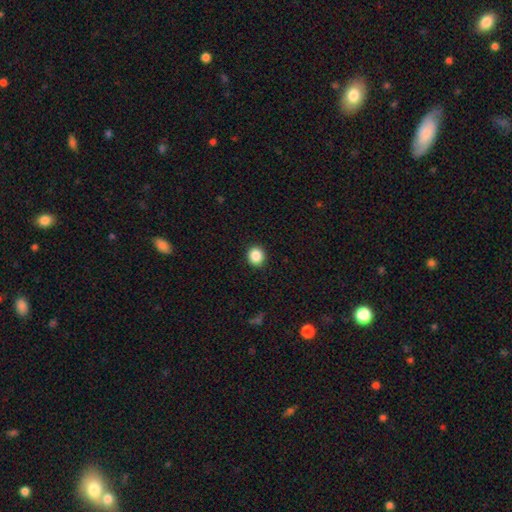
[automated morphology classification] smooth 87%, star or artifact 9%, featured or disk 3%. Down the decision tree: how rounded — round (85%); merging — none (92%).